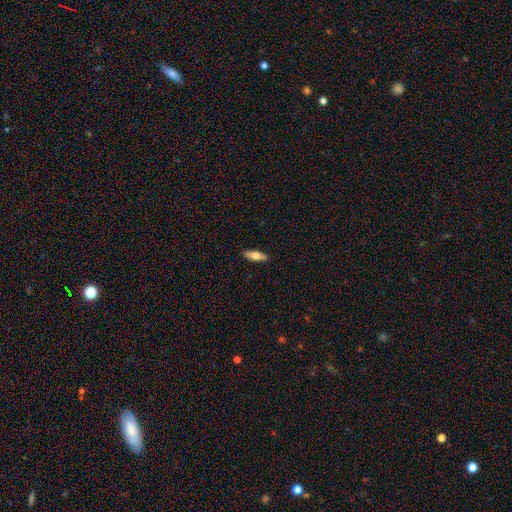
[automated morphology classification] A smooth galaxy with no disk features (65%) that is in between round and cigar-shaped (55%).

Vote fractions:
- Smooth or featured? smooth: 65% / featured or disk: 29% / star or artifact: 6%
- How rounded? in between: 55% / cigar-shaped: 42% / round: 3%
- Merging? none: 90% / minor disturbance: 8% / major disturbance: 2% / merger: 1%